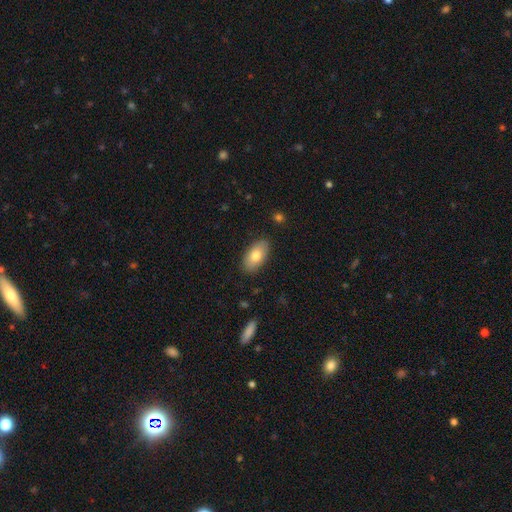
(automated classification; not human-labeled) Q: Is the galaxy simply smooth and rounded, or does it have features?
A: smooth — 77%.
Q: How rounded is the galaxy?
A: in between — 94%.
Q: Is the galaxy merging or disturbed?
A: none — 87%.